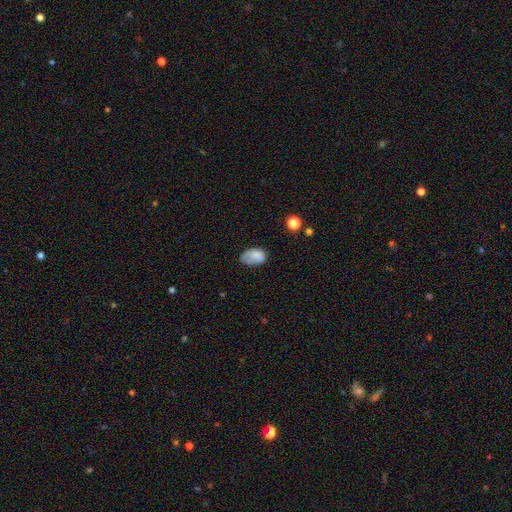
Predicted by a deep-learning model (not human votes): smooth 70%, featured or disk 20%, star or artifact 10%. Down the decision tree: how rounded — in between (87%); merging — none (43%).